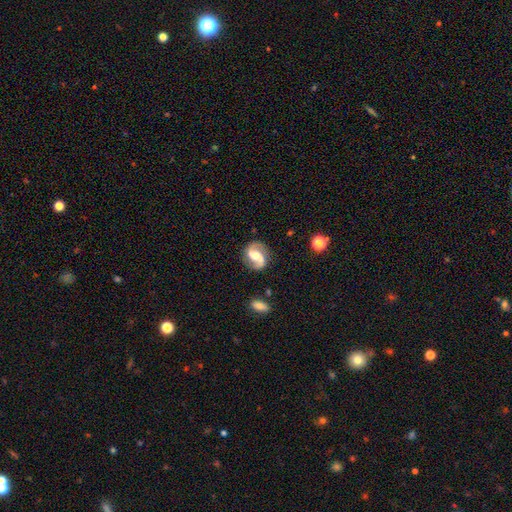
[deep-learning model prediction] Smooth or featured? featured or disk (85%)
Edge-on disk? no (98%)
Bar? weak (40%)
Spiral arms? yes (96%)
Spiral winding? loose (45%)
Spiral arm count? 2 (92%)
Bulge size? moderate (68%)
Merging? none (82%)